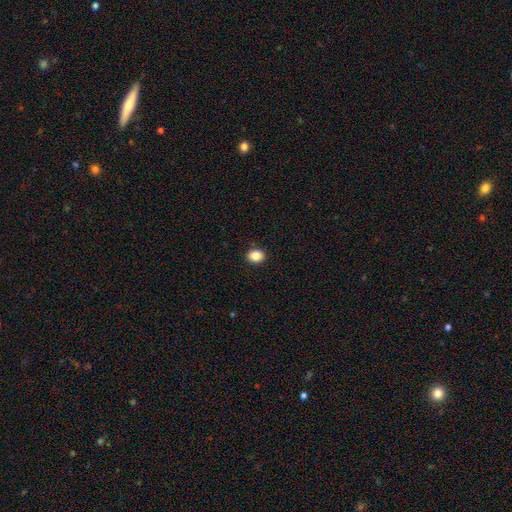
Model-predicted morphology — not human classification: smooth_or_featured: smooth (p=0.86) [alt: star or artifact p=0.09]
how_rounded: round (p=0.51) [alt: in between p=0.48]
merging: none (p=0.91) [alt: minor disturbance p=0.07]